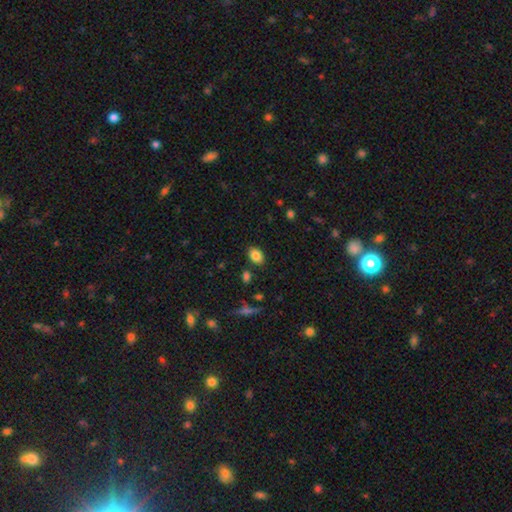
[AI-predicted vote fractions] Morphology: type=smooth (84%); roundness=in between (77%); merging=none (84%).